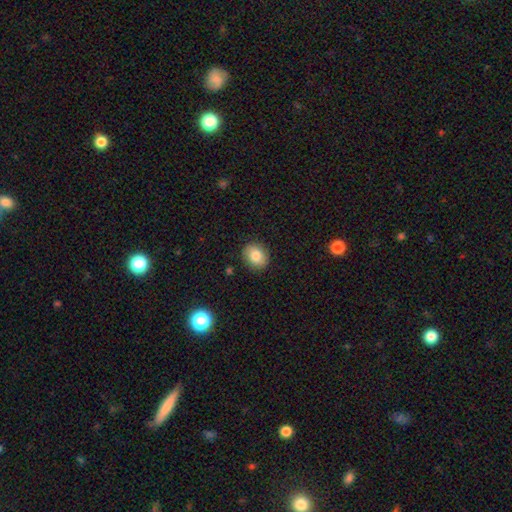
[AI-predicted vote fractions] This is clearly a smooth galaxy (82%). How rounded: likely round (62%). Merging: clearly none (88%).